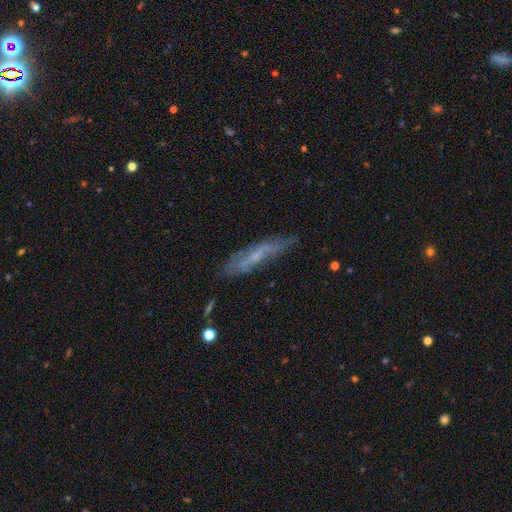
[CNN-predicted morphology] This appears to be a featured or disk galaxy (54%) viewed edge-on (58%). Merging: none (67%).